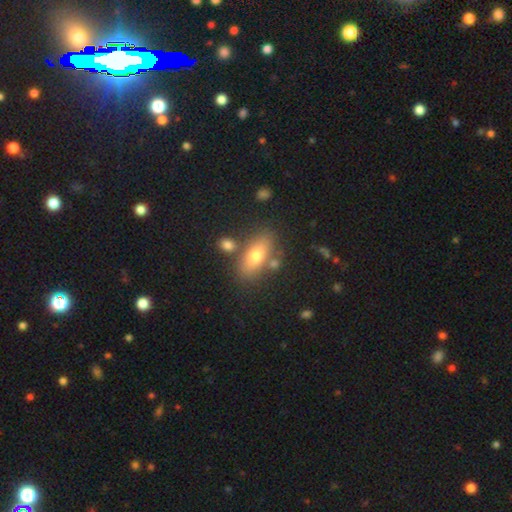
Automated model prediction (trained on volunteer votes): smooth_or_featured: smooth (p=0.70) [alt: featured or disk p=0.22]
how_rounded: in between (p=0.79) [alt: cigar-shaped p=0.16]
merging: none (p=0.73) [alt: minor disturbance p=0.12]